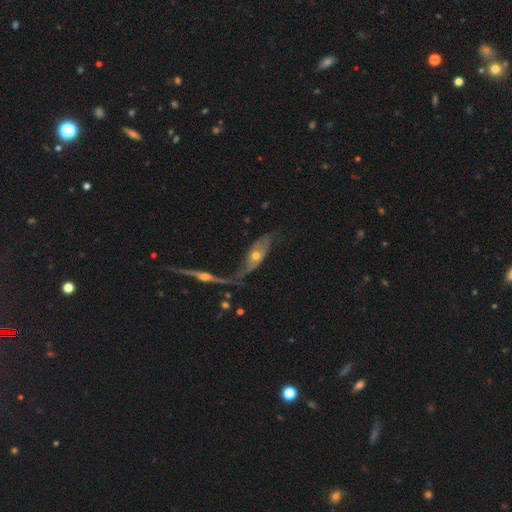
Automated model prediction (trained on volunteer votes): A featured or disk galaxy (71%). Merging: none (36%).